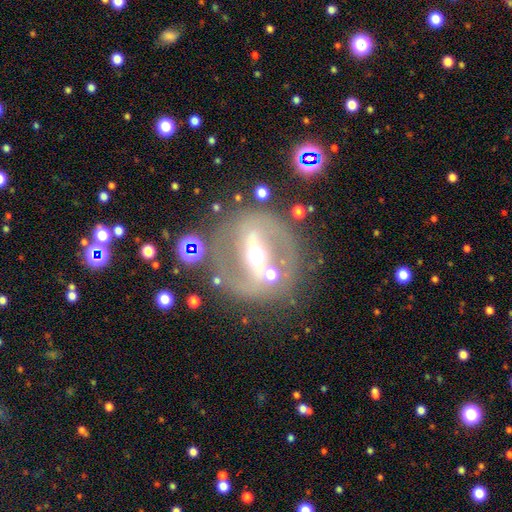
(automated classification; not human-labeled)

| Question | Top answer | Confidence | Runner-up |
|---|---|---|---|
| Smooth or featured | featured or disk | 76% | smooth (14%) |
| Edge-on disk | no | 89% | yes (11%) |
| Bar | strong | 64% | weak (25%) |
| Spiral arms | yes | 52% | no (48%) |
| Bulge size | moderate | 67% | small (21%) |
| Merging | none | 73% | minor disturbance (13%) |